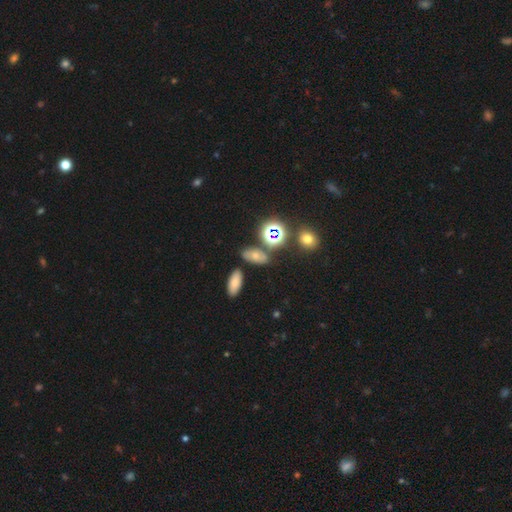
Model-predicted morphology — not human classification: Overall: smooth (55%; star or artifact 30%). How rounded: in between (78%). Merging: none (71%).